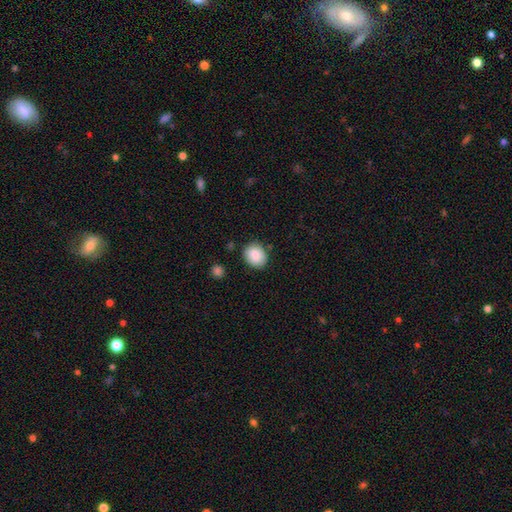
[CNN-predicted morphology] Smooth or featured: smooth — 87% (star or artifact — 7%)
How rounded: round — 64% (in between — 35%)
Merging: none — 81% (minor disturbance — 13%)